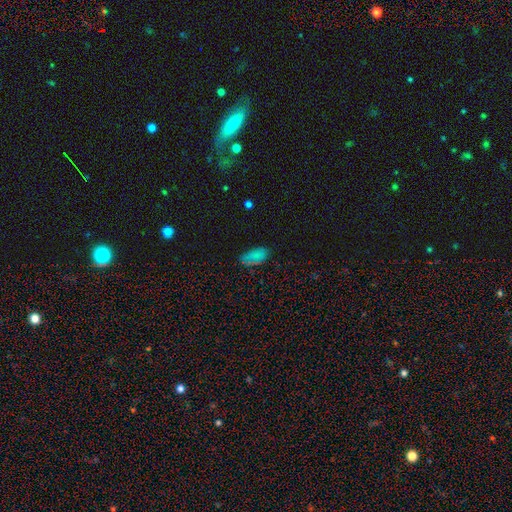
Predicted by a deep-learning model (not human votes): The model was most divided on "smooth or featured": smooth: 66%, star or artifact: 25%, featured or disk: 10%. More confident: how rounded — in between (90%); merging — none (72%).